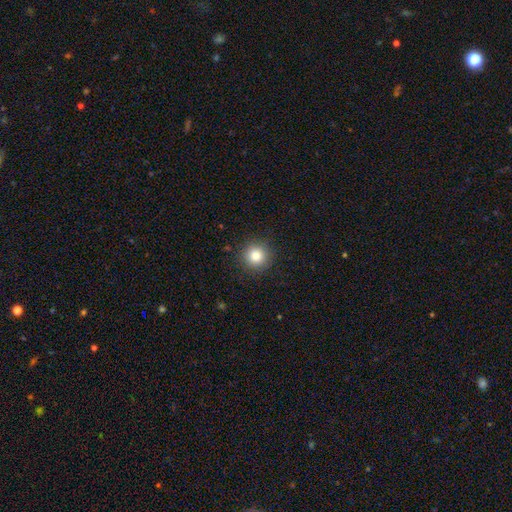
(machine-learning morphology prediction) Smooth or featured: smooth — 84% (star or artifact — 11%)
How rounded: round — 95% (in between — 4%)
Merging: none — 90% (minor disturbance — 6%)